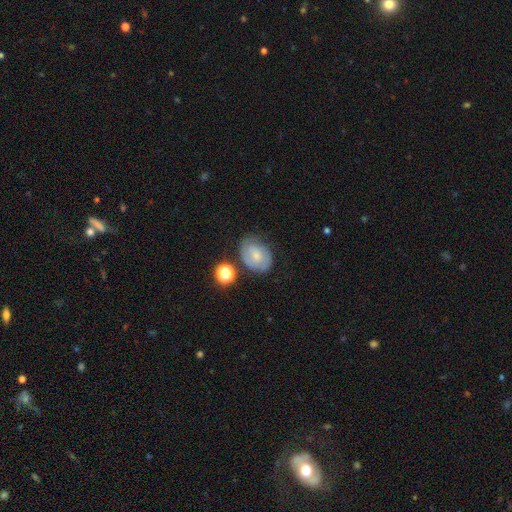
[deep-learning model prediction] featured or disk 50%, smooth 41%, star or artifact 9%. Down the decision tree: merging — none (61%).